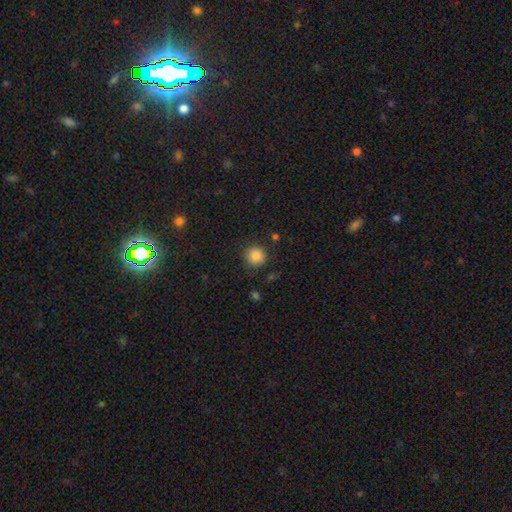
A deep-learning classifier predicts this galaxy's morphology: A smooth galaxy with no disk features (86%) that is round (94%).

Vote fractions:
- Smooth or featured? smooth: 86% / star or artifact: 10% / featured or disk: 4%
- How rounded? round: 94% / in between: 5% / cigar-shaped: 1%
- Merging? none: 87% / minor disturbance: 8% / major disturbance: 3% / merger: 2%